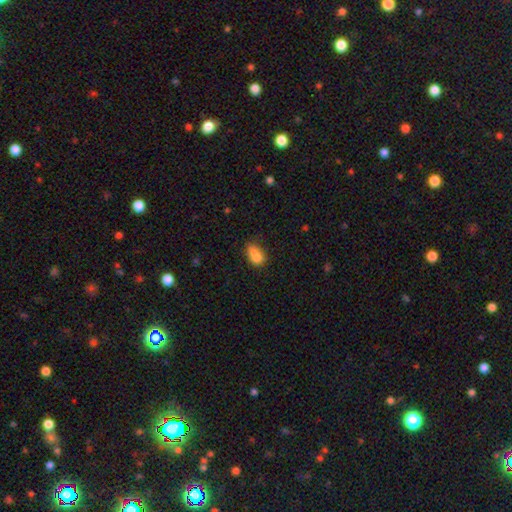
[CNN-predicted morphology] A smooth galaxy with no disk features (77%) that is in between round and cigar-shaped (72%).

Vote fractions:
- Smooth or featured? smooth: 77% / featured or disk: 13% / star or artifact: 10%
- How rounded? in between: 72% / round: 25% / cigar-shaped: 2%
- Merging? none: 36% / merger: 33% / minor disturbance: 23% / major disturbance: 9%